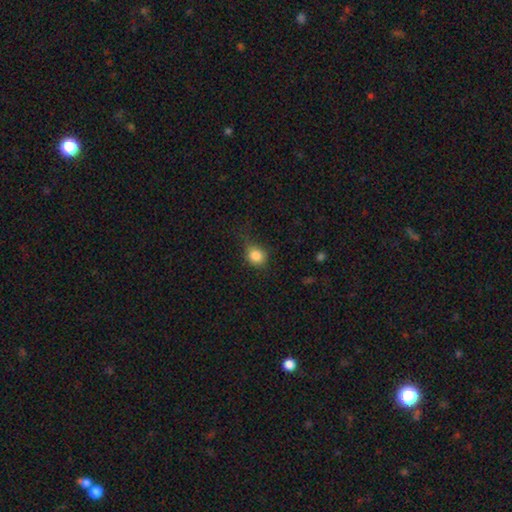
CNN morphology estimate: Q: Smooth or featured?
A: smooth (84%); runner-up: star or artifact (10%)
Q: How rounded?
A: round (71%); runner-up: in between (27%)
Q: Merging?
A: none (56%); runner-up: minor disturbance (30%)